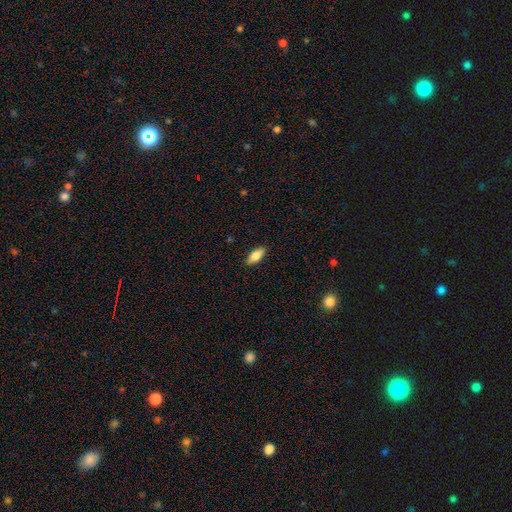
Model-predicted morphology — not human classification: Smooth or featured?
  - smooth: 75% *
  - featured or disk: 18%
  - star or artifact: 6%
How rounded?
  - in between: 79% *
  - cigar-shaped: 18%
  - round: 2%
Merging?
  - none: 89% *
  - minor disturbance: 8%
  - major disturbance: 2%
  - merger: 1%